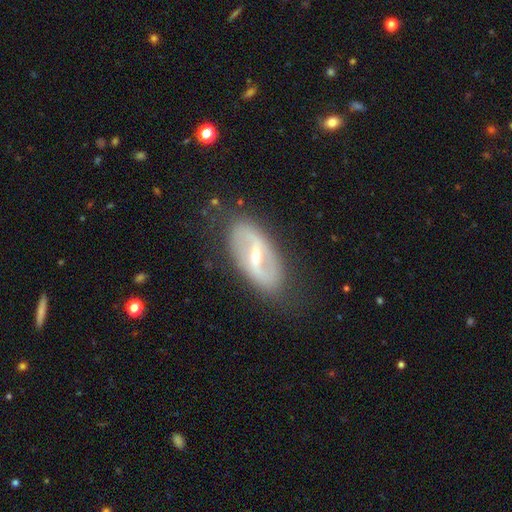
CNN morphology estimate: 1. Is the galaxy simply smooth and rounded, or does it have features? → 78% featured or disk, 16% smooth, 6% star or artifact.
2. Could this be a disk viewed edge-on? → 91% no, 9% yes.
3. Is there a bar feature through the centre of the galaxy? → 55% strong, 34% weak, 11% no.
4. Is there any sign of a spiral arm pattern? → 67% yes, 33% no.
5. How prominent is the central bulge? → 51% small, 45% moderate, 2% large, 1% none, 1% dominant.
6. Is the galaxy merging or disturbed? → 81% none, 13% minor disturbance, 4% major disturbance, 1% merger.